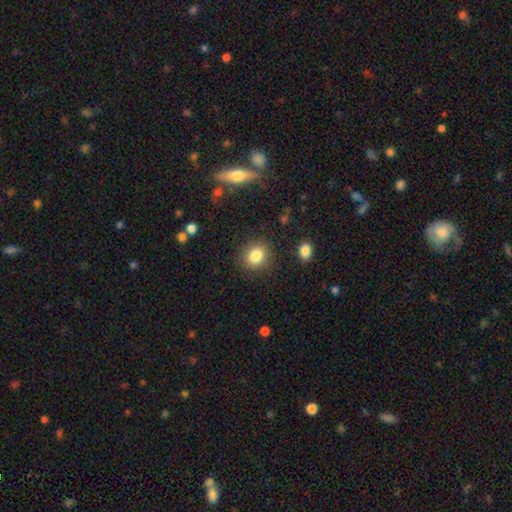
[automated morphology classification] smooth 84%, star or artifact 10%, featured or disk 6%. Down the decision tree: how rounded — round (69%); merging — none (86%).